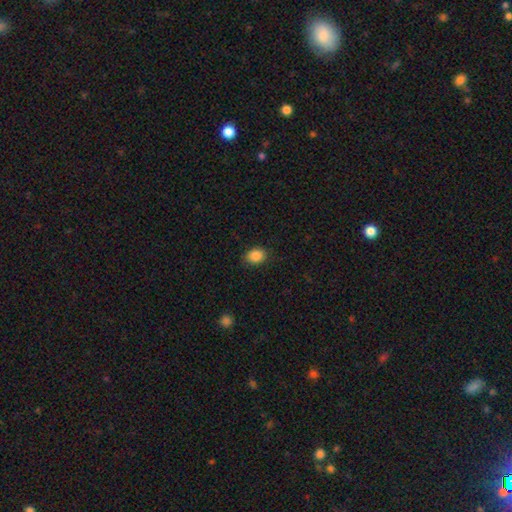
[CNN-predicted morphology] A smooth galaxy with no disk features (87%) that is in between round and cigar-shaped (57%). Merging: none (84%).